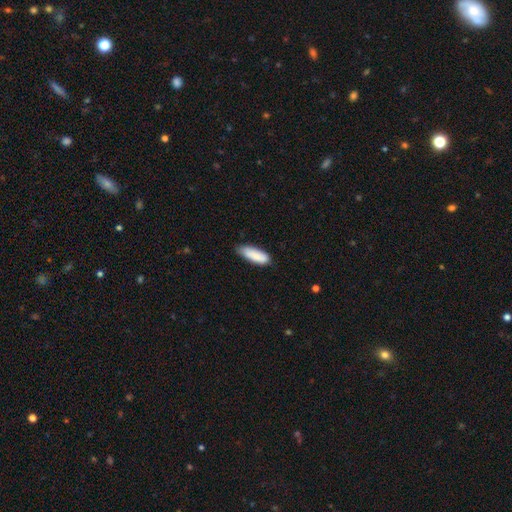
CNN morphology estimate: type=smooth (87%); roundness=in between (58%); merging=none (71%).